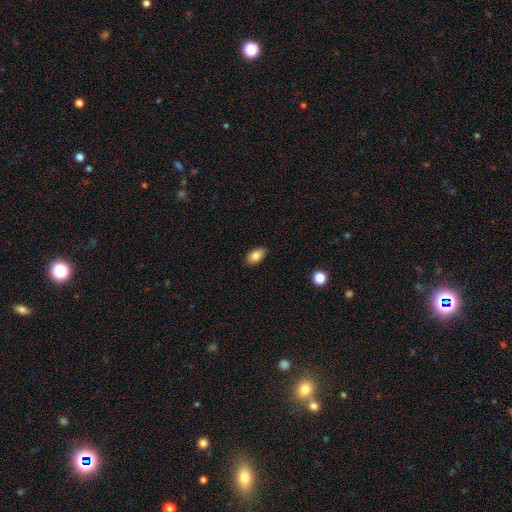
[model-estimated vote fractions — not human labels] Morphology: type=smooth (85%); roundness=in between (93%); merging=none (88%).